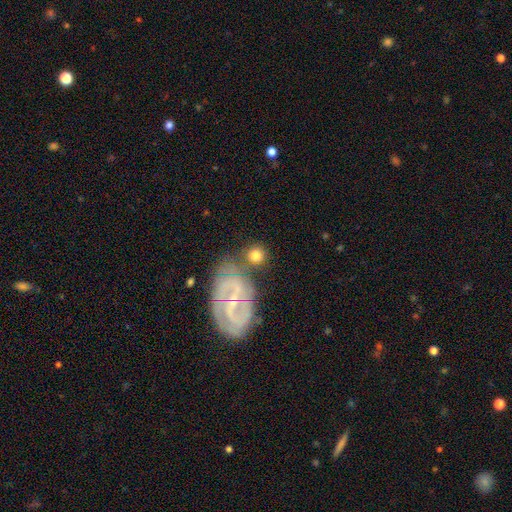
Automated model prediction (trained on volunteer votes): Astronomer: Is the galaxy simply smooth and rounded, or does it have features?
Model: smooth — 72%.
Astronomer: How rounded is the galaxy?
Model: round — 88%.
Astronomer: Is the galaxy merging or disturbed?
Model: none — 66%.